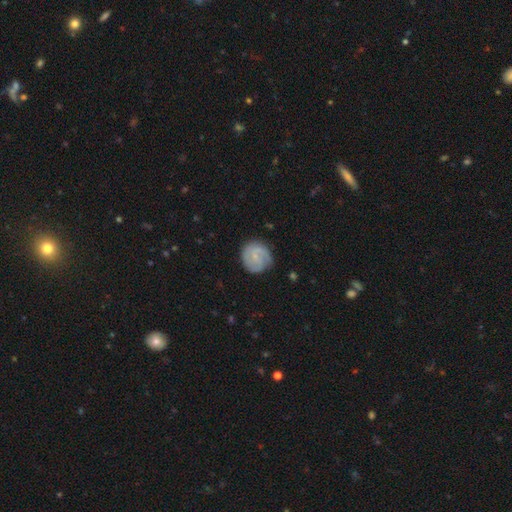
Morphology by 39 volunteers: This is possibly a featured or disk galaxy (54%). It is clearly not viewed edge-on (100%). Bar: likely no (67%). Spiral arm pattern: clearly yes (95%). Spiral arm count: marginally 2 (40%). Spiral winding: likely medium (60%). Central bulge: likely small (67%). Merging: clearly none (84%).